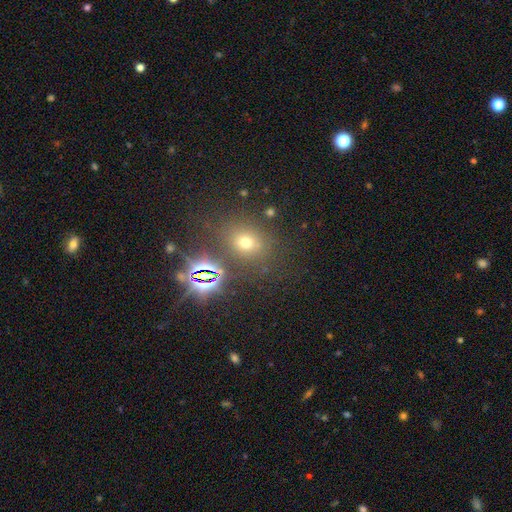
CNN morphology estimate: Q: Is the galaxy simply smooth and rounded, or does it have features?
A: smooth — 46%.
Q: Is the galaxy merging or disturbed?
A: none — 75%.